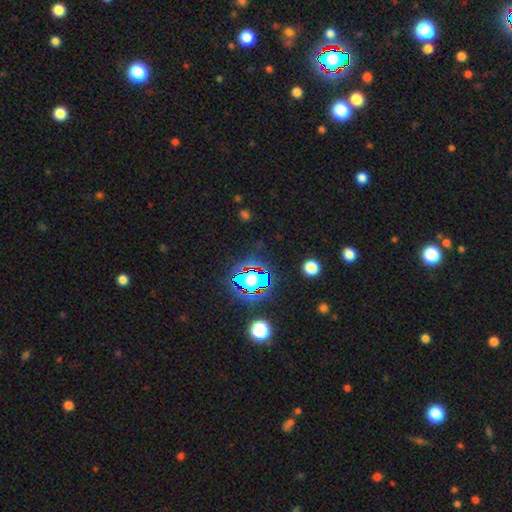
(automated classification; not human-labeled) This is likely a star or artifact rather than a galaxy (79%).